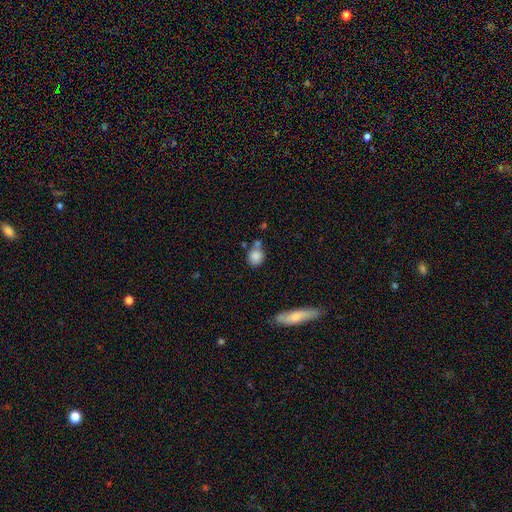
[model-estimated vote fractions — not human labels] Q: Smooth or featured?
A: smooth (85%); runner-up: star or artifact (9%)
Q: How rounded?
A: round (74%); runner-up: in between (24%)
Q: Merging?
A: none (57%); runner-up: merger (22%)